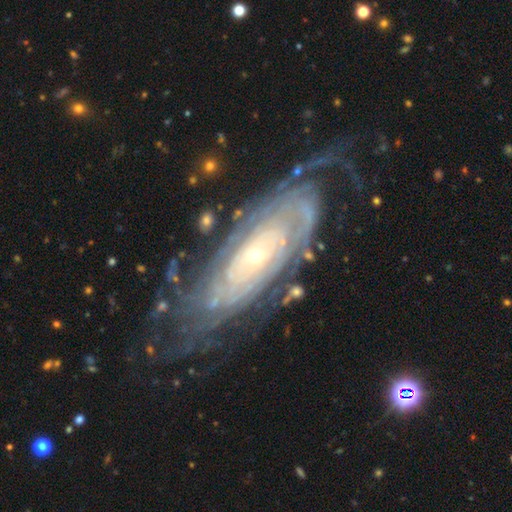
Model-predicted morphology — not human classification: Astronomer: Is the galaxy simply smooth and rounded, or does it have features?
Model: featured or disk — 87%.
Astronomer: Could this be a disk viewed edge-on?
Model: no — 90%.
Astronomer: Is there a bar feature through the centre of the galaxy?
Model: no — 75%.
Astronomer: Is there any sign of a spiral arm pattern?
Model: yes — 94%.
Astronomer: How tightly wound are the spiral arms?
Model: tight — 78%.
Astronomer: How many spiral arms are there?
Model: can't tell — 49%.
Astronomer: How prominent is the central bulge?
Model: small — 75%.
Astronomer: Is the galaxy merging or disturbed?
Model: none — 70%.